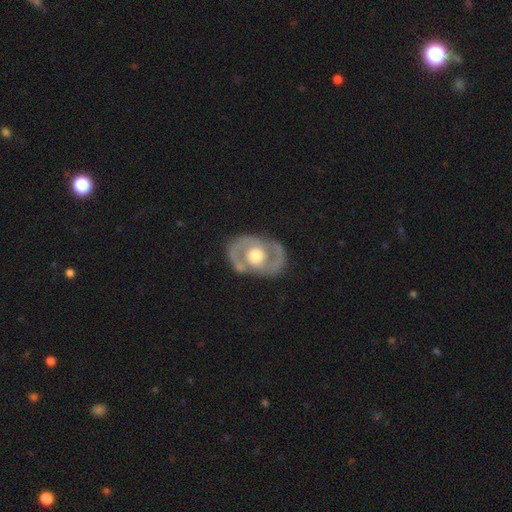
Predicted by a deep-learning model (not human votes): Smooth or featured? featured or disk (76%)
Edge-on disk? no (95%)
Bar? no (74%)
Spiral arms? yes (60%)
Bulge size? moderate (59%)
Merging? none (78%)